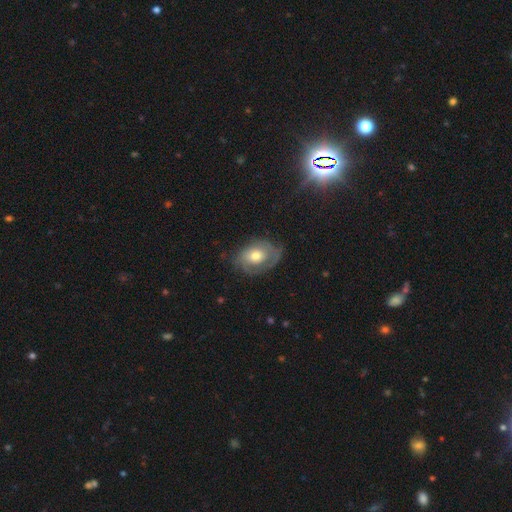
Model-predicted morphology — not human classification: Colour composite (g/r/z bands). It shows a featured or disk galaxy (52%). Merging: none (57%).